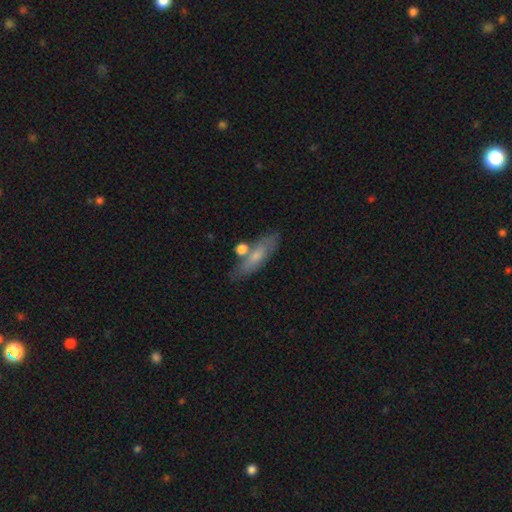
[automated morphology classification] smooth-or-featured: smooth: 61% | featured or disk: 32% | star or artifact: 7%
  how-rounded: cigar-shaped: 51% | in between: 45% | round: 3%
  merging: none: 67% | minor disturbance: 16% | merger: 12% | major disturbance: 5%